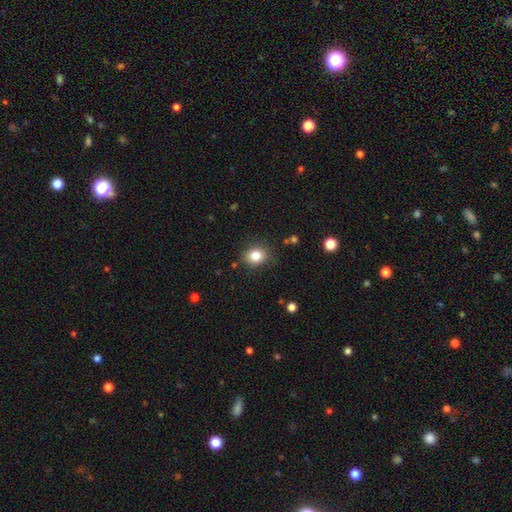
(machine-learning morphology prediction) Smooth or featured?
  - smooth: 82% *
  - star or artifact: 11%
  - featured or disk: 7%
How rounded?
  - round: 61% *
  - in between: 39%
  - cigar-shaped: 1%
Merging?
  - none: 84% *
  - minor disturbance: 11%
  - major disturbance: 3%
  - merger: 2%